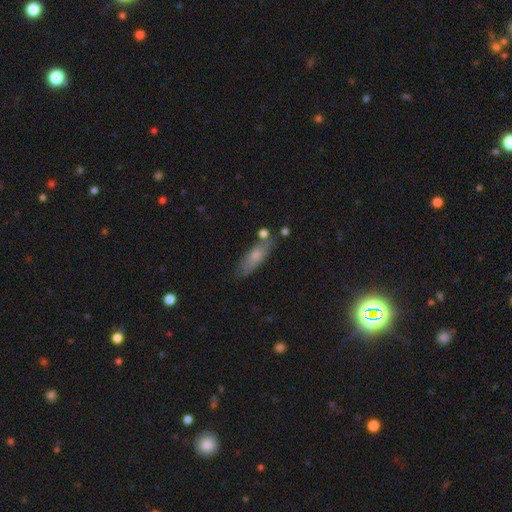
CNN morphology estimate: Q: Smooth or featured?
A: smooth (65%); runner-up: featured or disk (27%)
Q: How rounded?
A: in between (51%); runner-up: cigar-shaped (45%)
Q: Merging?
A: none (66%); runner-up: minor disturbance (20%)